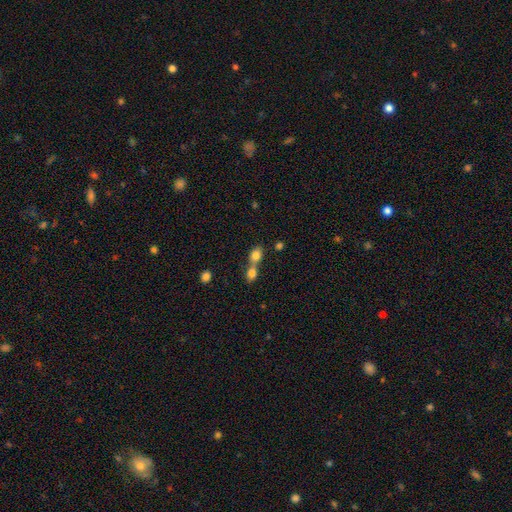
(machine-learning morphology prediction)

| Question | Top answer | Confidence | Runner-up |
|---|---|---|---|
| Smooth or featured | smooth | 80% | featured or disk (10%) |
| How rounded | in between | 52% | round (46%) |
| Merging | merger | 68% | none (23%) |